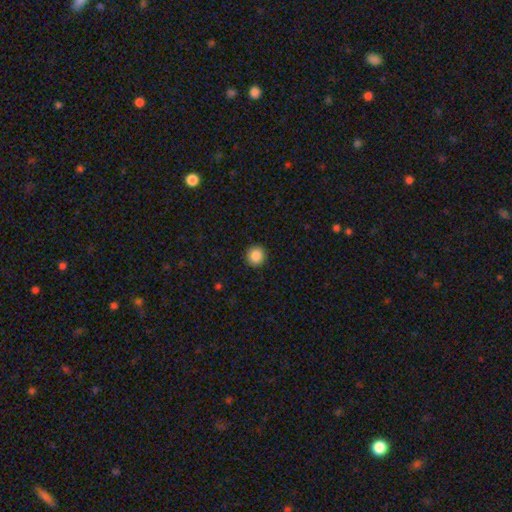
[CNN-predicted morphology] The model was most divided on "smooth or featured": smooth: 87%, star or artifact: 9%, featured or disk: 4%. More confident: how rounded — round (93%); merging — none (93%).